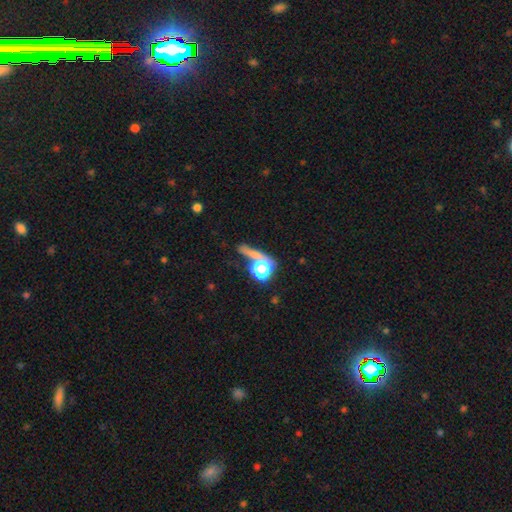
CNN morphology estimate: A smooth galaxy with no disk features (49%).

Vote fractions:
- Smooth or featured? smooth: 49% / star or artifact: 33% / featured or disk: 19%
- Merging? none: 53% / merger: 20% / minor disturbance: 13% / major disturbance: 13%